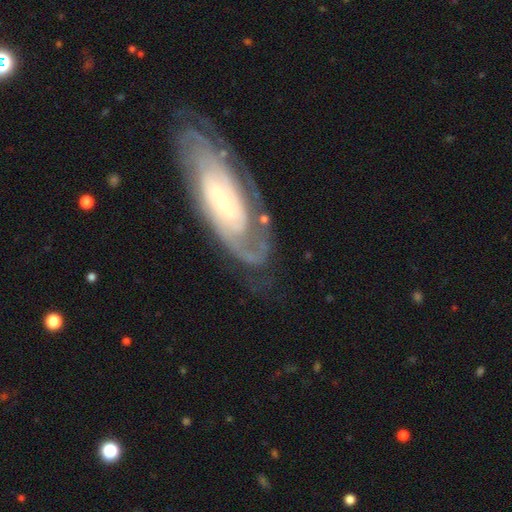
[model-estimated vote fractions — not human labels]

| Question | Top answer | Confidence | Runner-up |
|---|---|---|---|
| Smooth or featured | featured or disk | 82% | smooth (12%) |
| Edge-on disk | no | 92% | yes (8%) |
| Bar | no | 71% | weak (20%) |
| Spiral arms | yes | 90% | no (10%) |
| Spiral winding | tight | 62% | medium (28%) |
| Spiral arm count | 2 | 41% | can't tell (34%) |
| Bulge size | small | 76% | moderate (19%) |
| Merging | none | 64% | minor disturbance (17%) |